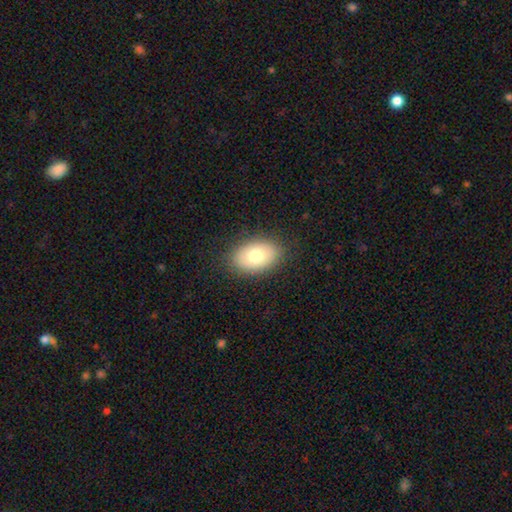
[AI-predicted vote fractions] smooth-or-featured: smooth: 75% | featured or disk: 18% | star or artifact: 7%
  how-rounded: in between: 88% | round: 11% | cigar-shaped: 1%
  merging: none: 86% | minor disturbance: 10% | major disturbance: 3% | merger: 1%